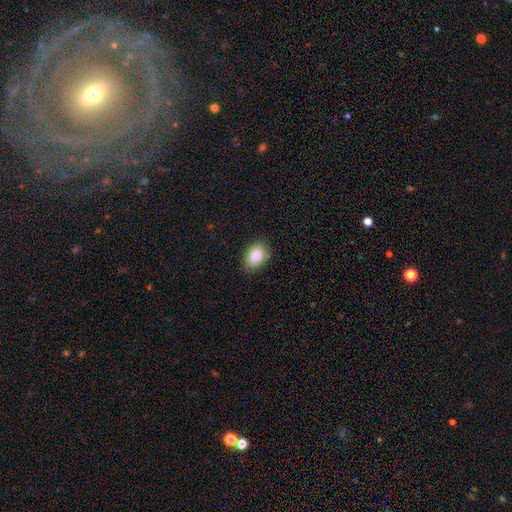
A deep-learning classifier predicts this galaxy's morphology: Overall: smooth (85%). How rounded: in between (85%). Merging: none (81%).